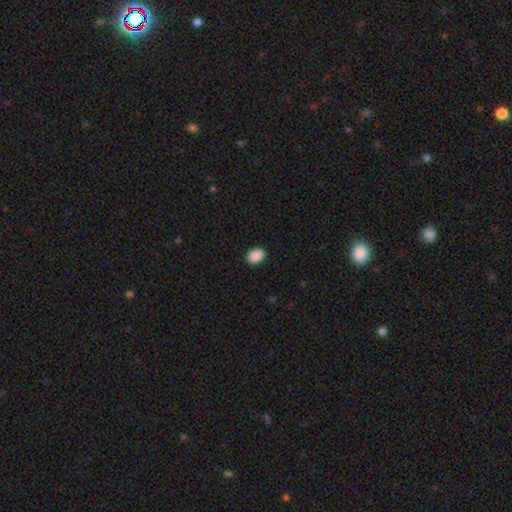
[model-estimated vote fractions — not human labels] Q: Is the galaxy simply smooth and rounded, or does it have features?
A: smooth — 90%.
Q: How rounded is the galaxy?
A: in between — 75%.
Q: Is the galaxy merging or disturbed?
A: none — 90%.